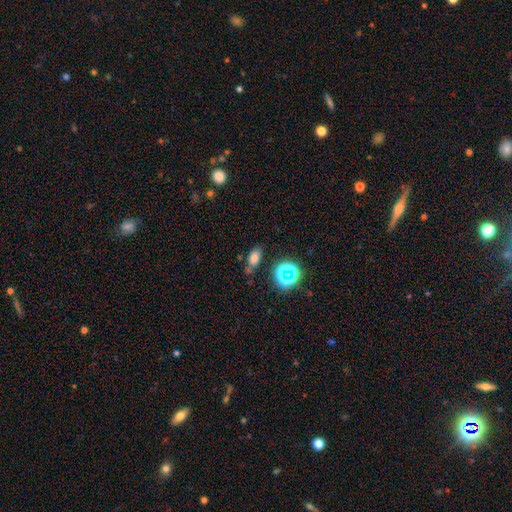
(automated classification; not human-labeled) Q: Smooth or featured?
A: smooth (68%); runner-up: star or artifact (22%)
Q: How rounded?
A: in between (80%); runner-up: round (12%)
Q: Merging?
A: none (68%); runner-up: minor disturbance (18%)